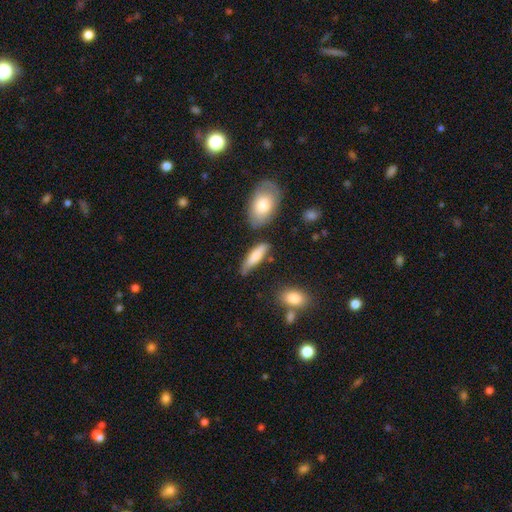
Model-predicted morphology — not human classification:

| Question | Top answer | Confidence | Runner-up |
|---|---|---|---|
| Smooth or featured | smooth | 75% | featured or disk (19%) |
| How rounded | cigar-shaped | 57% | in between (40%) |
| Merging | none | 65% | minor disturbance (22%) |